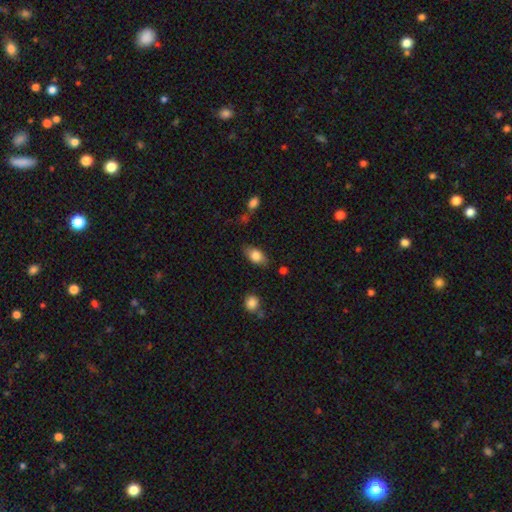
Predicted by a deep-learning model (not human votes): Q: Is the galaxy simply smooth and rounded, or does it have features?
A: smooth — 80%.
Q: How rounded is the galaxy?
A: in between — 88%.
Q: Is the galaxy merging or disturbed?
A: none — 79%.